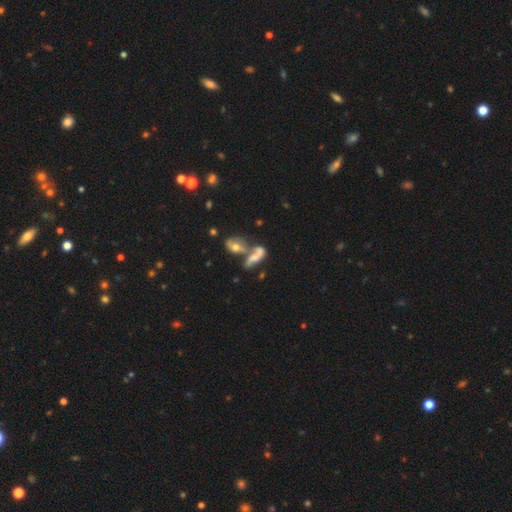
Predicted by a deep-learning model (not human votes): Smooth or featured?
  - smooth: 48% *
  - featured or disk: 41%
  - star or artifact: 12%
Merging?
  - merger: 62% *
  - none: 19%
  - major disturbance: 10%
  - minor disturbance: 9%